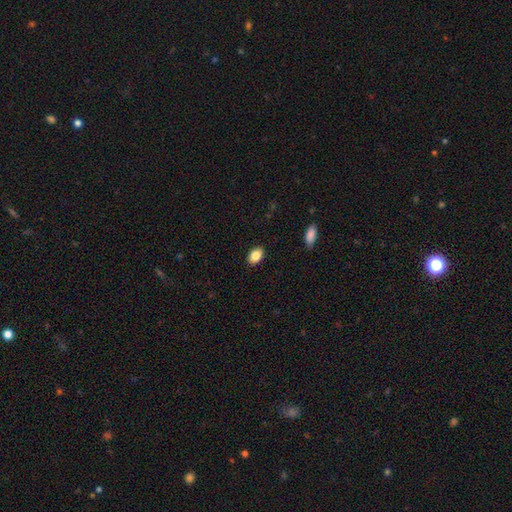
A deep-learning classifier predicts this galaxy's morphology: smooth_or_featured: smooth (p=0.85) [alt: star or artifact p=0.08]
how_rounded: in between (p=0.85) [alt: round p=0.14]
merging: none (p=0.89) [alt: minor disturbance p=0.08]